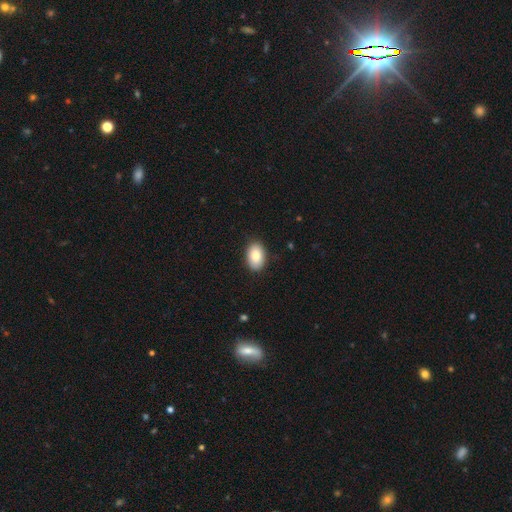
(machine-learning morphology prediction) Smooth or featured: smooth — 85% (featured or disk — 8%)
How rounded: in between — 88% (round — 11%)
Merging: none — 89% (minor disturbance — 9%)